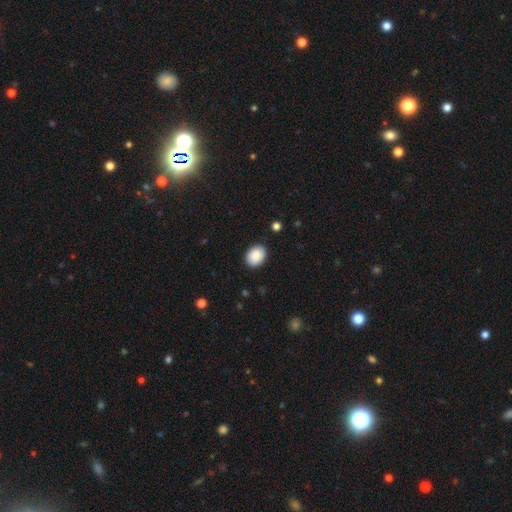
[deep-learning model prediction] Overall: smooth (88%). How rounded: in between (64%; round 36%). Merging: none (89%).